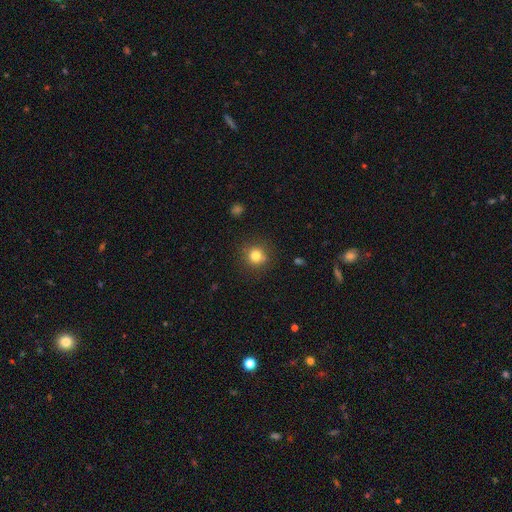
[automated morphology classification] Q: Smooth or featured?
A: smooth (80%); runner-up: star or artifact (13%)
Q: How rounded?
A: round (92%); runner-up: in between (7%)
Q: Merging?
A: none (87%); runner-up: minor disturbance (8%)